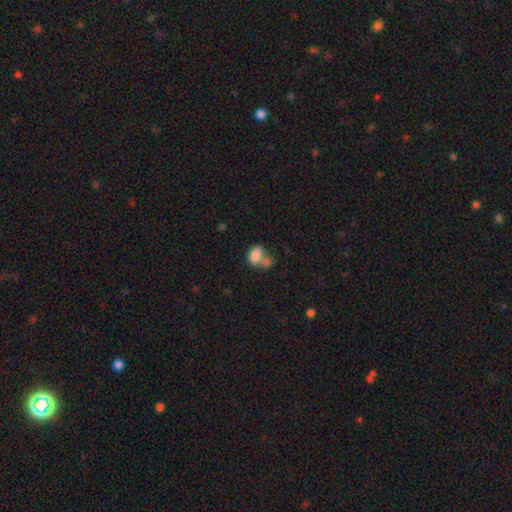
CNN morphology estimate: smooth 81%, featured or disk 10%, star or artifact 9%. Down the decision tree: how rounded — in between (85%); merging — merger (54%).